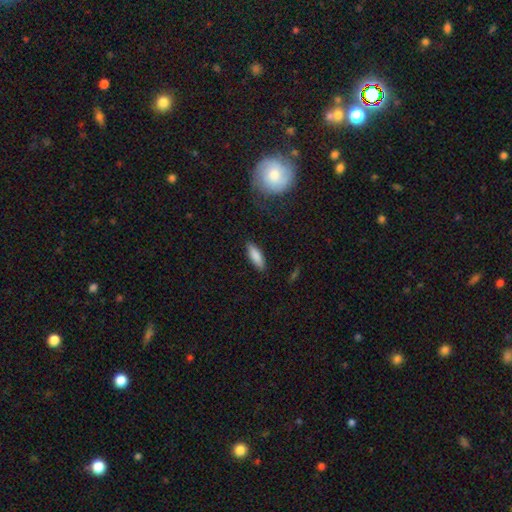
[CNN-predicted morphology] This is clearly a smooth galaxy (84%). How rounded: possibly in between (50%). Merging: clearly none (86%).